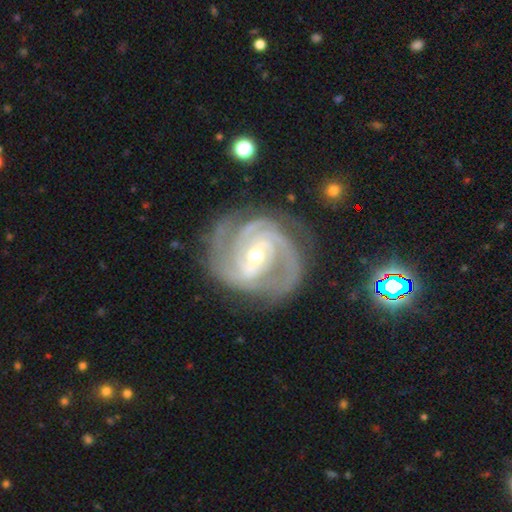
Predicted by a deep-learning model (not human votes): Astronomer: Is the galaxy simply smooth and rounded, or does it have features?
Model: featured or disk — 92%.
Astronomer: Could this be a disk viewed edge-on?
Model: no — 98%.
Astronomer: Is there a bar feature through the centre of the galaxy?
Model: weak — 42% (runner-up: strong, 35%).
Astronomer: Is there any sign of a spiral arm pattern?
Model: yes — 98%.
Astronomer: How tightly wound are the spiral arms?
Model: tight — 59% (runner-up: medium, 36%).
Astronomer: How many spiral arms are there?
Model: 3 — 43% (runner-up: 2, 23%).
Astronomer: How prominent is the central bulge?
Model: small — 52% (runner-up: moderate, 45%).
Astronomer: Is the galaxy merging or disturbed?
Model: none — 75%.